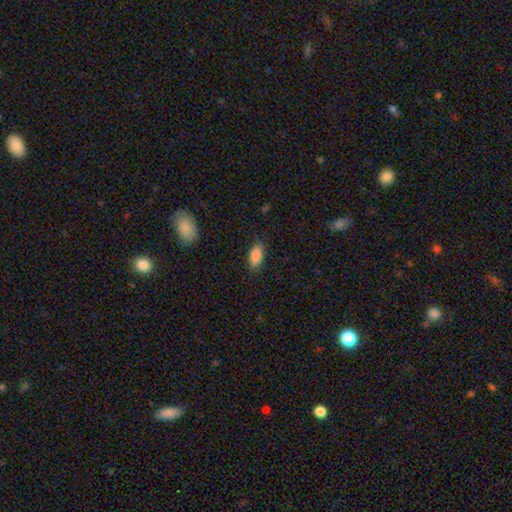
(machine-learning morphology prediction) smooth-or-featured: smooth: 88% | star or artifact: 7% | featured or disk: 5%
  how-rounded: in between: 89% | cigar-shaped: 8% | round: 3%
  merging: none: 85% | minor disturbance: 11% | major disturbance: 3% | merger: 1%